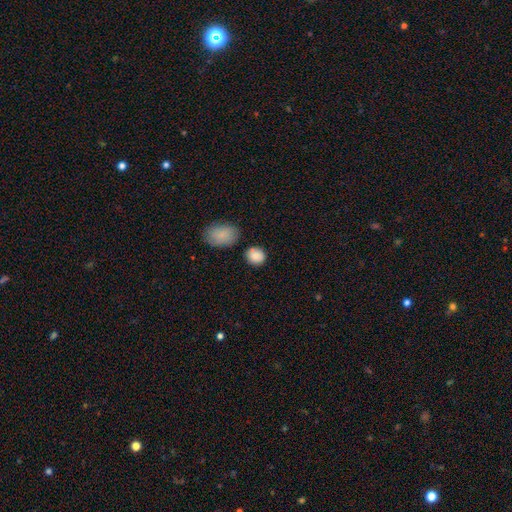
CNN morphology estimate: Smooth or featured? smooth (88%)
How rounded? round (73%)
Merging? none (77%)